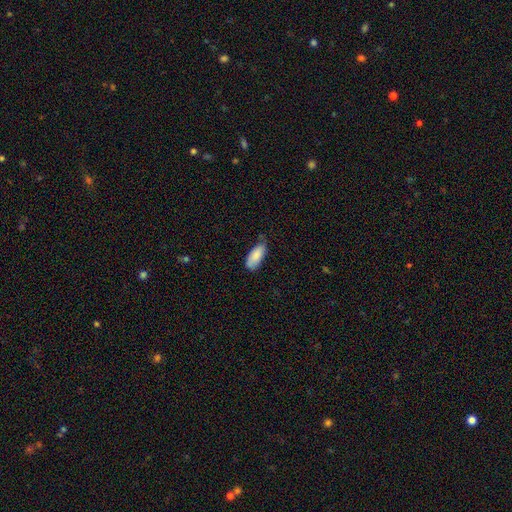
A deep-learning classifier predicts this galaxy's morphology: Overall: smooth (86%). How rounded: in between (87%). Merging: none (61%; minor disturbance 32%).